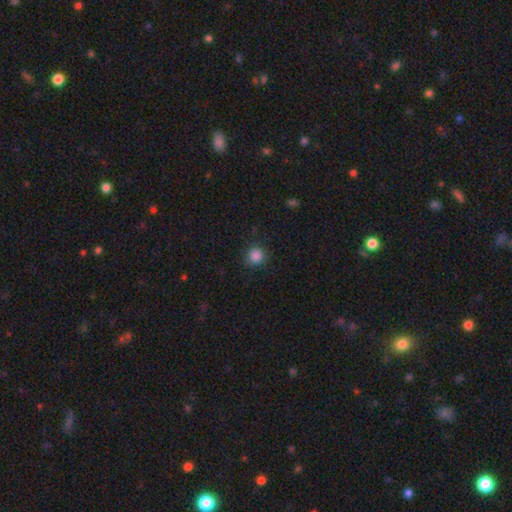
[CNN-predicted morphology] Smooth or featured? smooth (85%)
How rounded? round (91%)
Merging? none (86%)